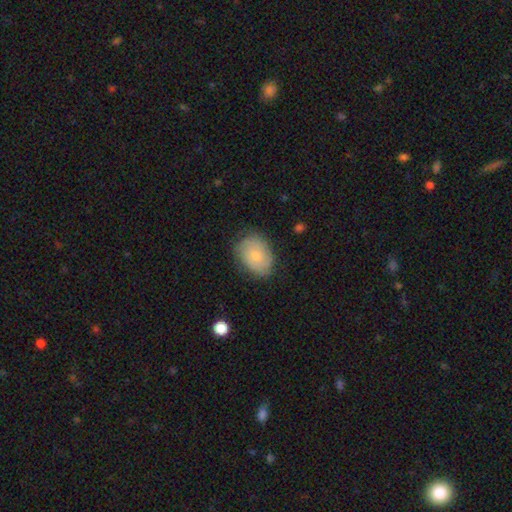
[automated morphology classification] Smooth or featured: smooth — 53% (featured or disk — 40%)
How rounded: in between — 70% (round — 29%)
Merging: none — 75% (minor disturbance — 19%)